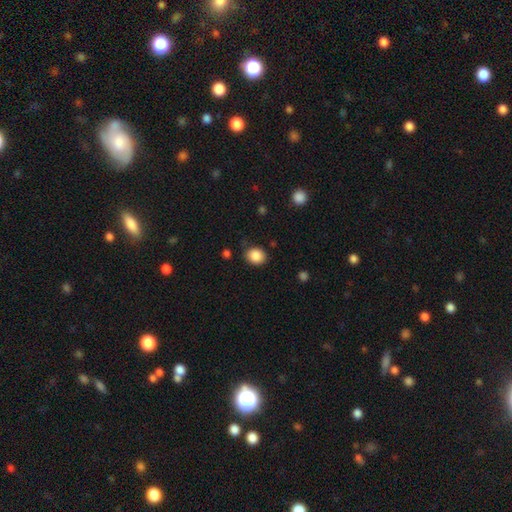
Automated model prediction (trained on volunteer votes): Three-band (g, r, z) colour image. It shows a smooth galaxy with no disk features (87%) that is round (56%). Merging: none (81%).